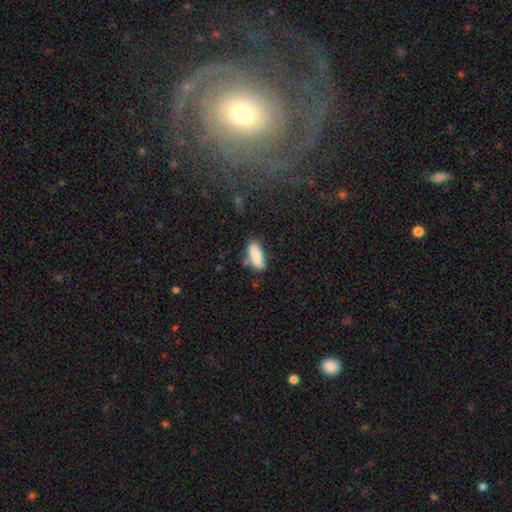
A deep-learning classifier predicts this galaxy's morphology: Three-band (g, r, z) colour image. It shows a smooth galaxy with no disk features (85%) that is in between round and cigar-shaped (77%). Merging: none (69%).